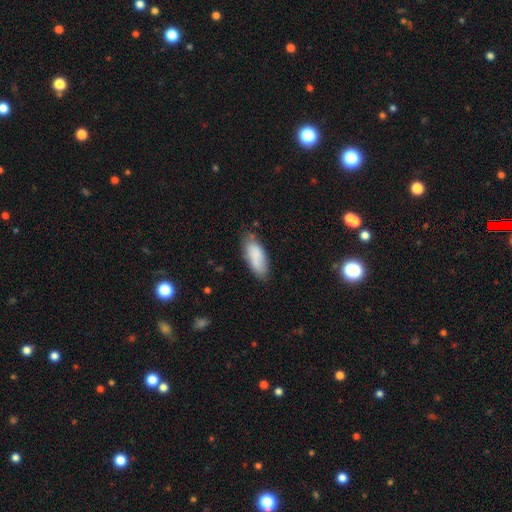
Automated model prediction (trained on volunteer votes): Smooth or featured: smooth — 85% (featured or disk — 9%)
How rounded: in between — 83% (cigar-shaped — 15%)
Merging: none — 73% (minor disturbance — 21%)